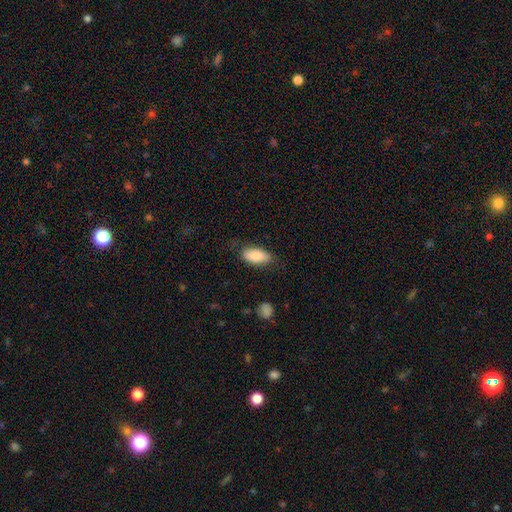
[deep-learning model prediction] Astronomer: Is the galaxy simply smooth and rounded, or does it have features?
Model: smooth — 83%.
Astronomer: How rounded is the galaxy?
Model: in between — 89%.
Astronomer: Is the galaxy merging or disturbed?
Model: none — 75%.